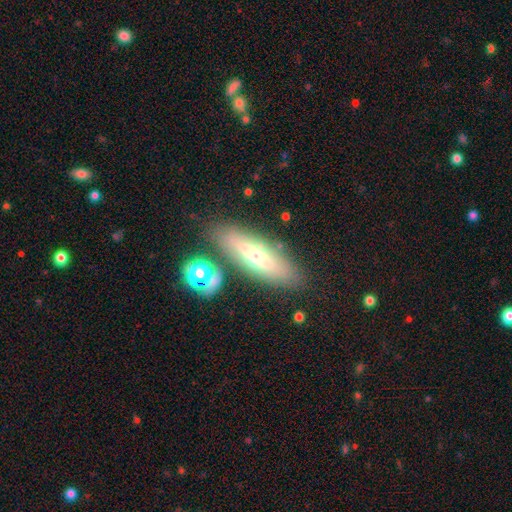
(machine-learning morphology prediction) A featured or disk galaxy (46%). Merging: none (77%).